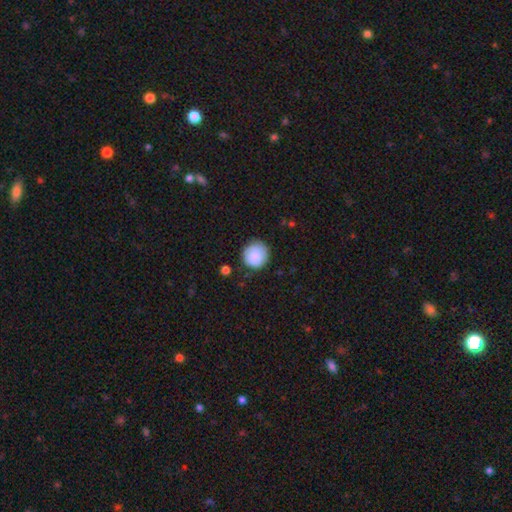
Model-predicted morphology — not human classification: Q: Smooth or featured?
A: smooth (86%); runner-up: star or artifact (7%)
Q: How rounded?
A: round (93%); runner-up: in between (6%)
Q: Merging?
A: none (83%); runner-up: minor disturbance (13%)